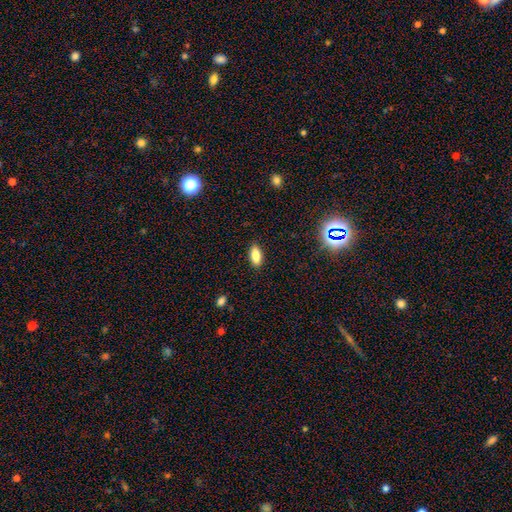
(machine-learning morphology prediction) Smooth or featured: smooth — 84% (star or artifact — 10%)
How rounded: in between — 86% (cigar-shaped — 11%)
Merging: none — 88% (minor disturbance — 9%)